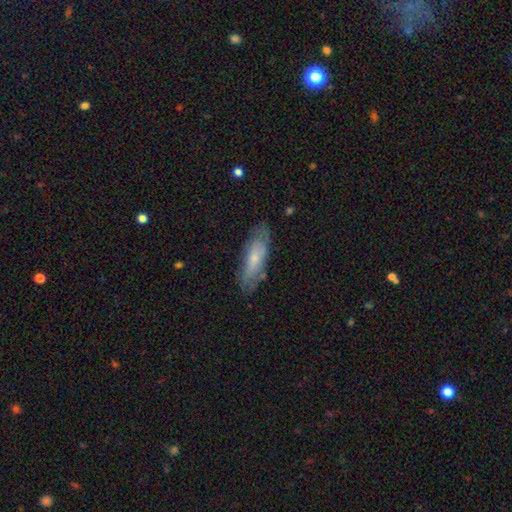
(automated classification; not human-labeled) Smooth or featured? Predicted: smooth (p=0.57). How rounded? Predicted: in between (p=0.59). Merging? Predicted: none (p=0.72).